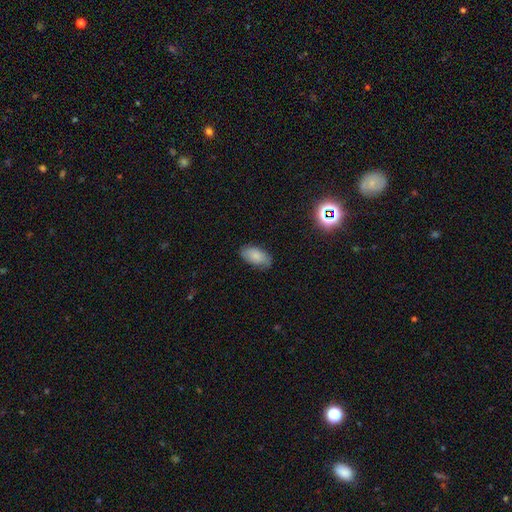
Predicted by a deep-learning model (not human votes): This appears to be a smooth galaxy with no disk features (79%) that is in between round and cigar-shaped (94%). Merging: none (73%).